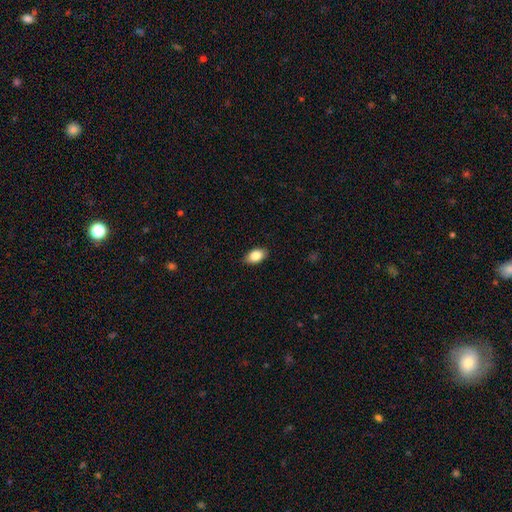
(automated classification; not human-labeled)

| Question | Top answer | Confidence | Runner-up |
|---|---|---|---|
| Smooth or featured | smooth | 86% | star or artifact (7%) |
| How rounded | in between | 91% | round (7%) |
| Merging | none | 85% | minor disturbance (12%) |